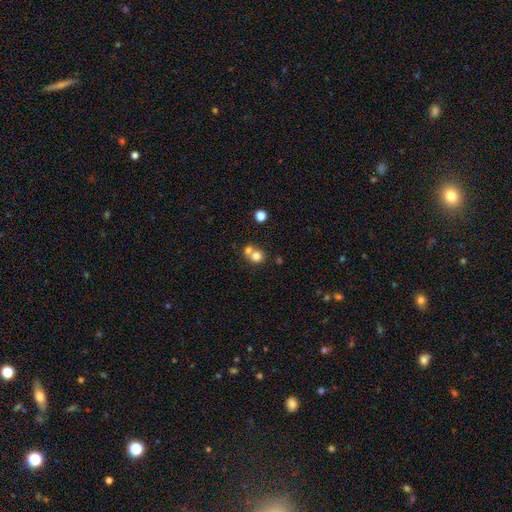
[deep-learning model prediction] A smooth galaxy with no disk features (75%) that is round (83%). Merging: merger (52%).